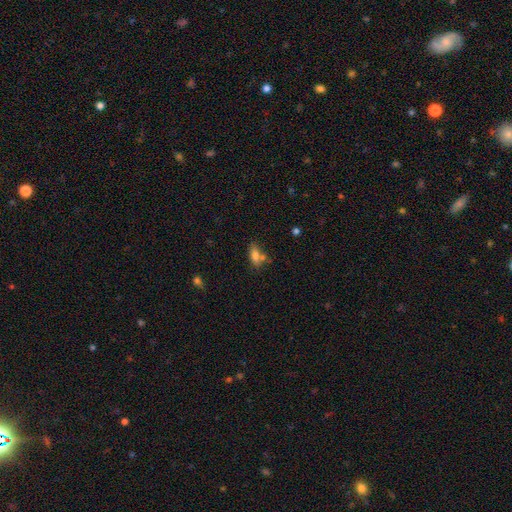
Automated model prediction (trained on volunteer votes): Overall: smooth (74%). How rounded: in between (80%). Merging: none (54%; merger 20%).